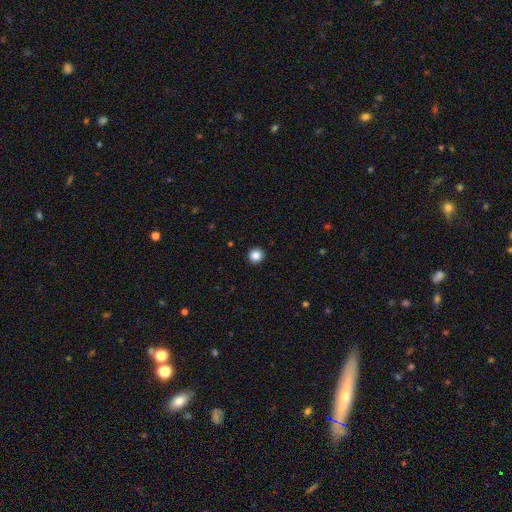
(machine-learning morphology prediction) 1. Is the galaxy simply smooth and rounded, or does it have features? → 86% smooth, 10% star or artifact, 4% featured or disk.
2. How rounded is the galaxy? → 94% round, 5% in between, 1% cigar-shaped.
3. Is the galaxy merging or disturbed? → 94% none, 4% minor disturbance, 1% major disturbance, 1% merger.